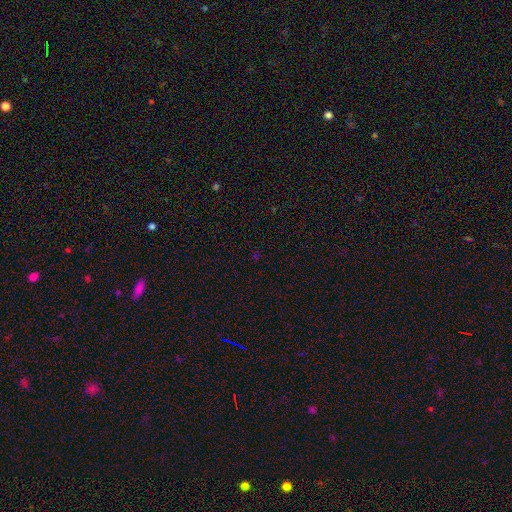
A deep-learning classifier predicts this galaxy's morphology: star or artifact 65%, smooth 27%, featured or disk 7%.